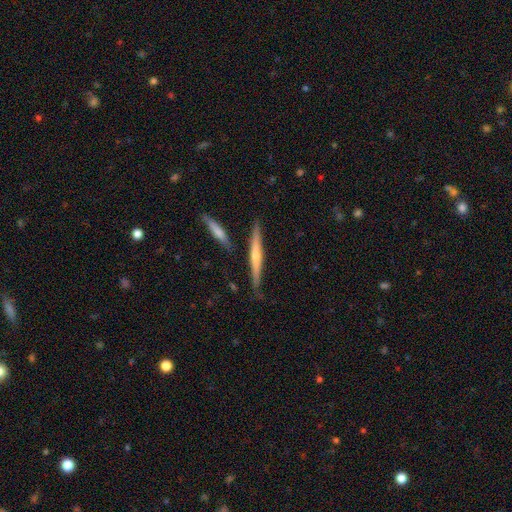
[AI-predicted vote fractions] Smooth or featured? featured or disk (72%)
Edge-on disk? yes (97%)
Edge-on bulge? rounded (70%)
Merging? none (85%)